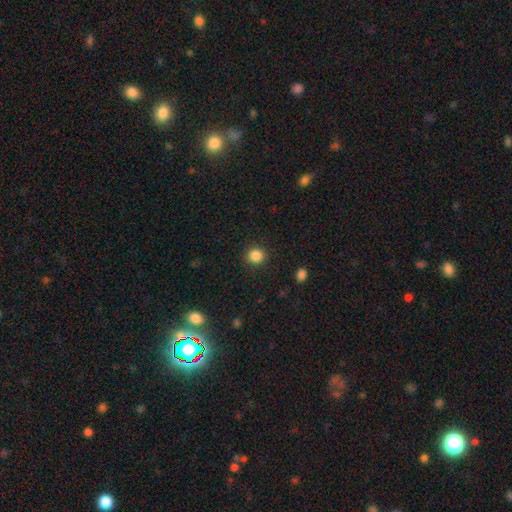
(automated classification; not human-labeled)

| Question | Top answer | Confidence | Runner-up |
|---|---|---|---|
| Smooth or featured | smooth | 85% | star or artifact (11%) |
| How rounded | round | 90% | in between (9%) |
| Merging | none | 91% | minor disturbance (6%) |